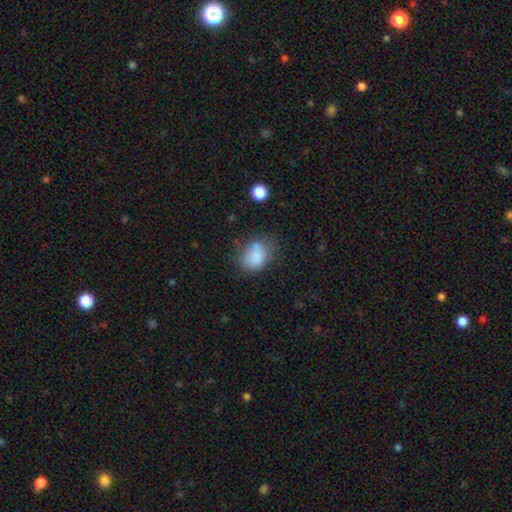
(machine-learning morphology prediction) This appears to be a smooth galaxy with no disk features (79%) that is in between round and cigar-shaped (63%). Merging: none (50%).